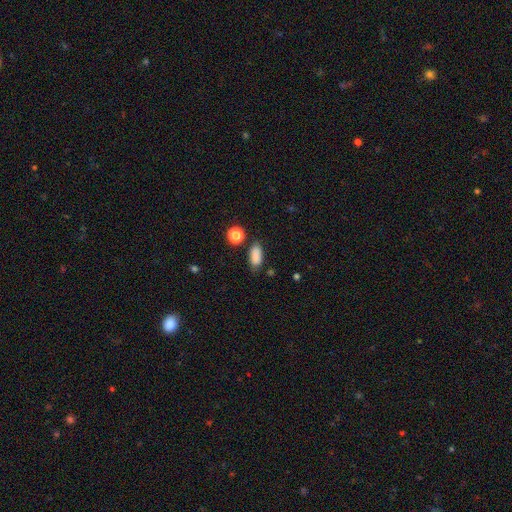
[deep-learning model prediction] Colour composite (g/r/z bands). It shows a smooth galaxy with no disk features (86%) that is in between round and cigar-shaped (85%). Merging: none (76%).